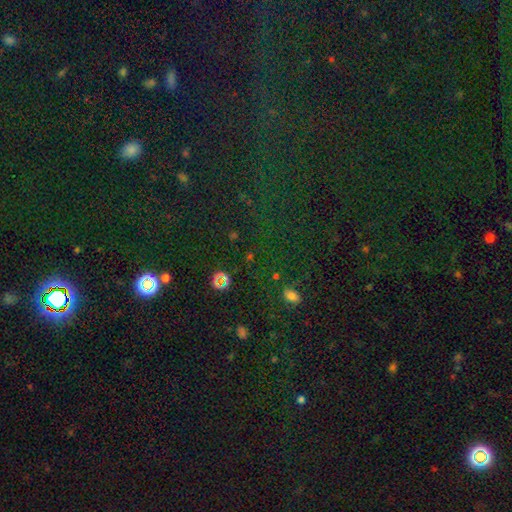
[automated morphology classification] Smooth or featured? star or artifact (77%)